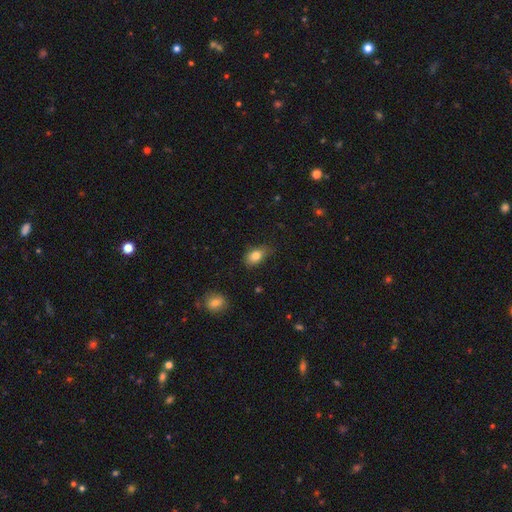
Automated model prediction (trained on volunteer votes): A smooth galaxy with no disk features (82%) that is in between round and cigar-shaped (83%). Merging: none (69%).